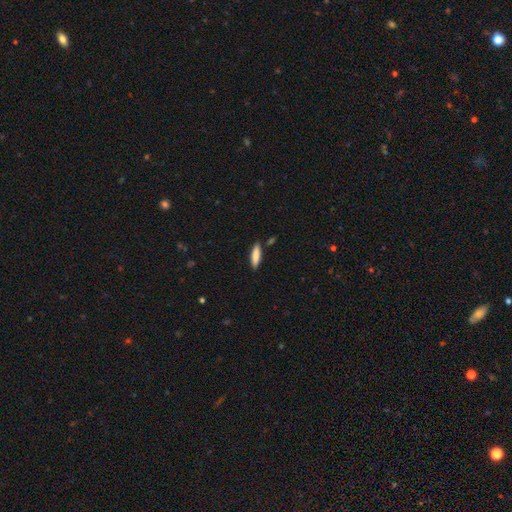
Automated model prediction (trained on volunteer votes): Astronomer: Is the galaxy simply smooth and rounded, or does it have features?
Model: smooth — 82%.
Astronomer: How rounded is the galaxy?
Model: cigar-shaped — 71%.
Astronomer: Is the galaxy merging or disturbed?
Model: none — 86%.